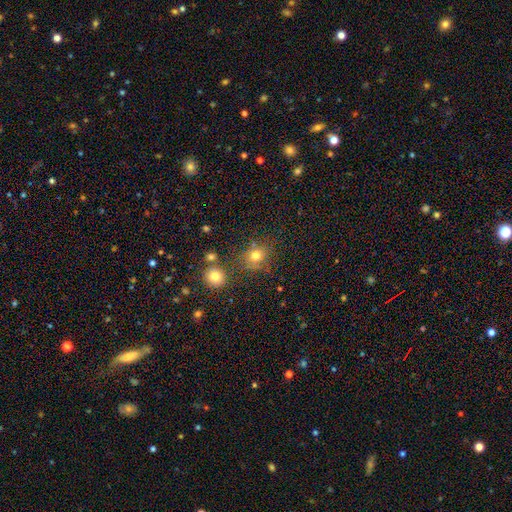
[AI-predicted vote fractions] Morphology: type=smooth (73%); roundness=round (70%); merging=none (72%).